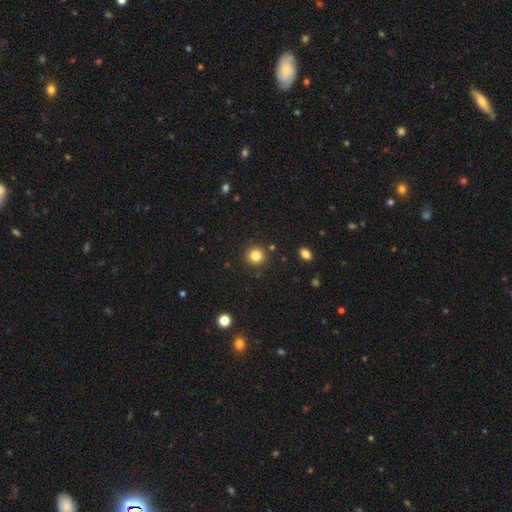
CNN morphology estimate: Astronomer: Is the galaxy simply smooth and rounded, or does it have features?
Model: smooth — 83%.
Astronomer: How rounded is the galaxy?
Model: round — 93%.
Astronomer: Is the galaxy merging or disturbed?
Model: none — 90%.